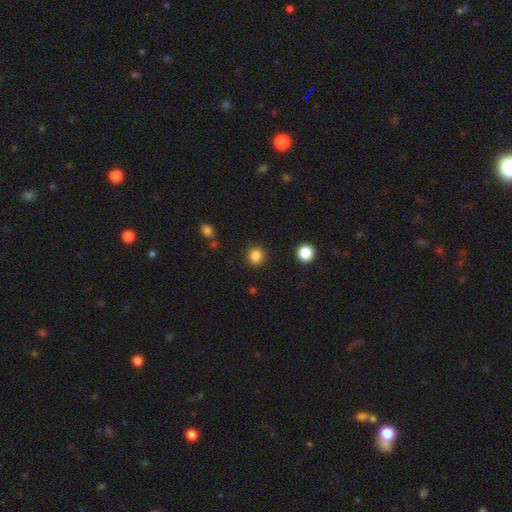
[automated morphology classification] A smooth galaxy with no disk features (85%) that is round (86%). Merging: none (90%).